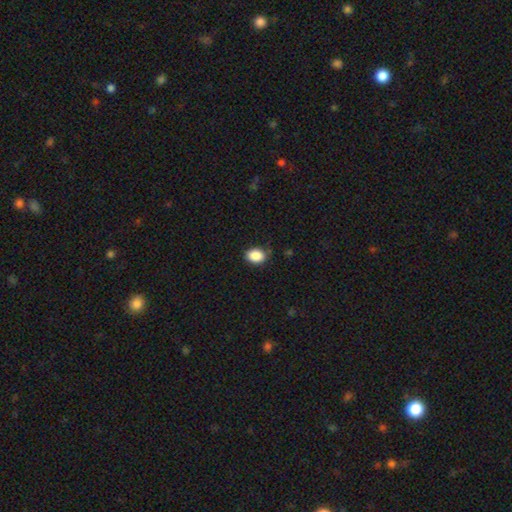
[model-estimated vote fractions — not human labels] Smooth or featured?
  - smooth: 89% *
  - star or artifact: 8%
  - featured or disk: 3%
How rounded?
  - in between: 70% *
  - round: 29%
  - cigar-shaped: 1%
Merging?
  - none: 83% *
  - minor disturbance: 13%
  - major disturbance: 3%
  - merger: 1%